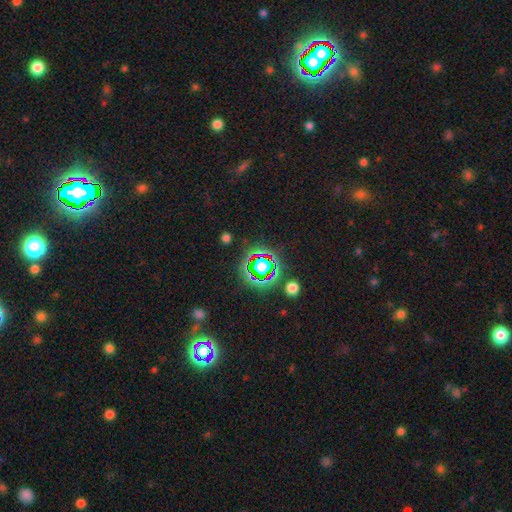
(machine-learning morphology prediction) The model was most divided on "smooth or featured": star or artifact: 79%, smooth: 13%, featured or disk: 8%.